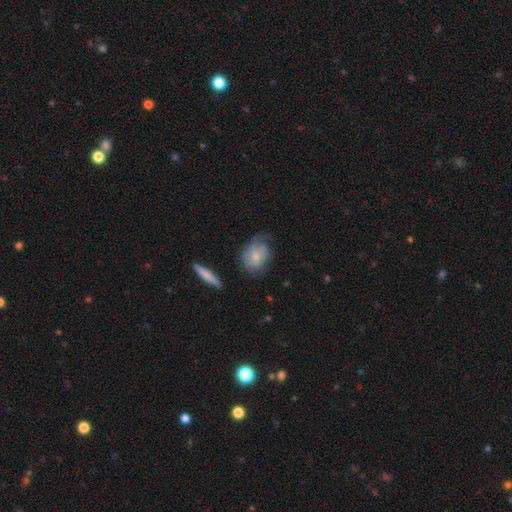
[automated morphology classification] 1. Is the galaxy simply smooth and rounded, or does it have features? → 71% smooth, 22% featured or disk, 7% star or artifact.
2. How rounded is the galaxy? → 61% in between, 37% round, 2% cigar-shaped.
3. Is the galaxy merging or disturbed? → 56% none, 30% minor disturbance, 11% major disturbance, 3% merger.